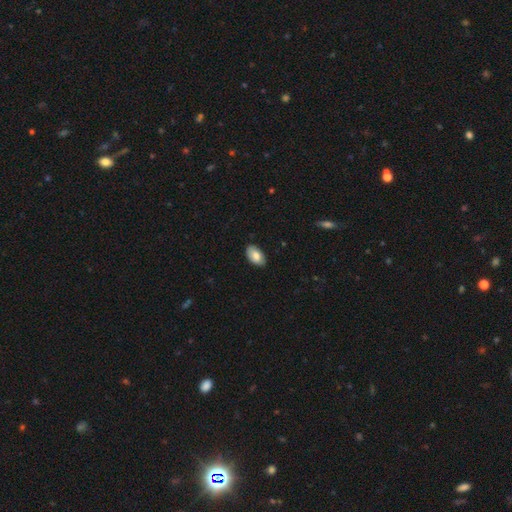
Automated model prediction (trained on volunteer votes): smooth_or_featured: smooth (p=0.80) [alt: featured or disk p=0.13]
how_rounded: in between (p=0.95) [alt: round p=0.04]
merging: none (p=0.86) [alt: minor disturbance p=0.11]